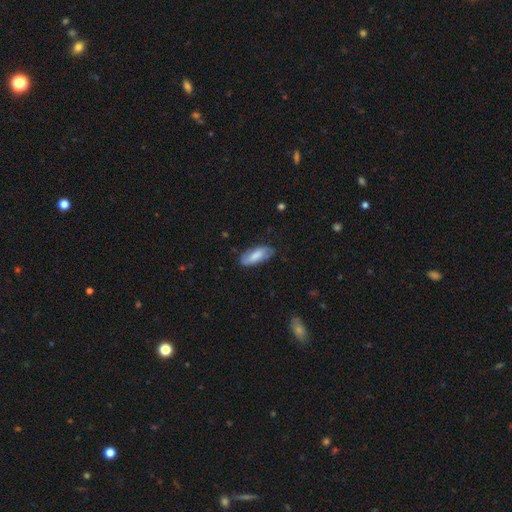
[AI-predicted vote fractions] smooth 61%, featured or disk 32%, star or artifact 6%. Down the decision tree: how rounded — in between (77%); merging — none (73%).